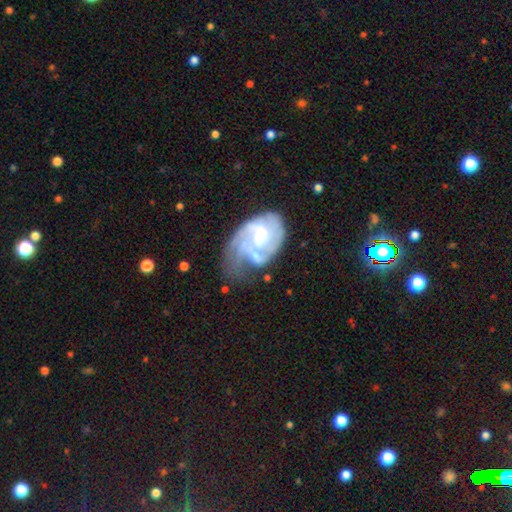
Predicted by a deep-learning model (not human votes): The model was most divided on "bar": no: 46%, weak: 45%, strong: 9%. Remaining: edge-on disk — no (97%); spiral arms — yes (87%); smooth or featured — featured or disk (79%); bulge size — moderate (55%); spiral winding — tight (42%); merging — major disturbance (33%); spiral arm count — can't tell (32%).